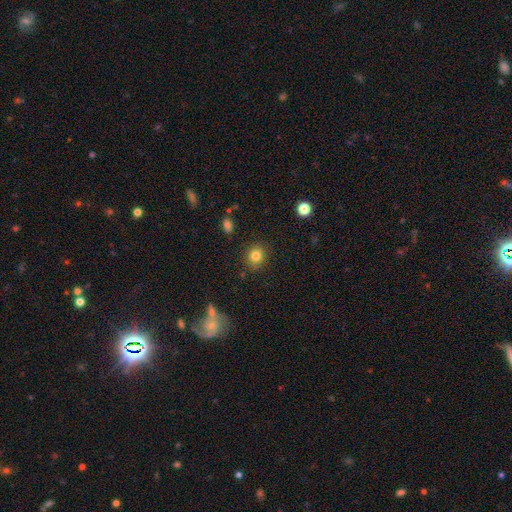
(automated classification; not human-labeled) Smooth or featured? smooth (82%)
How rounded? round (79%)
Merging? none (87%)